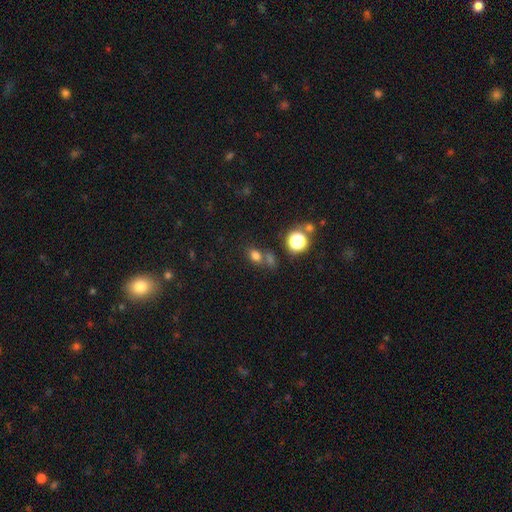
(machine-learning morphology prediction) This appears to be a smooth galaxy with no disk features (72%) that is in between round and cigar-shaped (57%). Merging: none (57%).